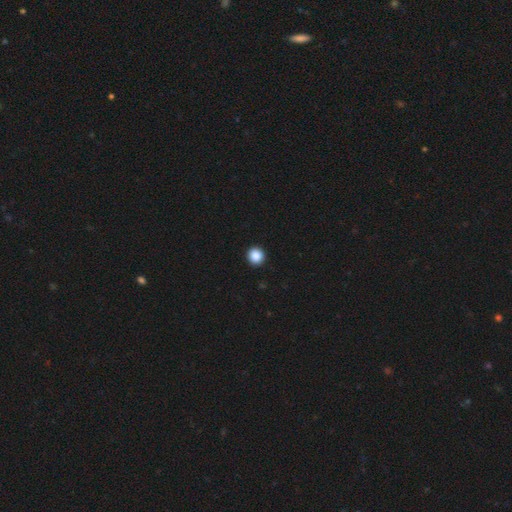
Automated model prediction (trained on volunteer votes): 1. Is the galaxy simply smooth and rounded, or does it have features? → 88% smooth, 9% star or artifact, 3% featured or disk.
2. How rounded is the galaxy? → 94% round, 5% in between, 1% cigar-shaped.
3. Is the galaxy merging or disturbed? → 94% none, 4% minor disturbance, 1% major disturbance, 1% merger.